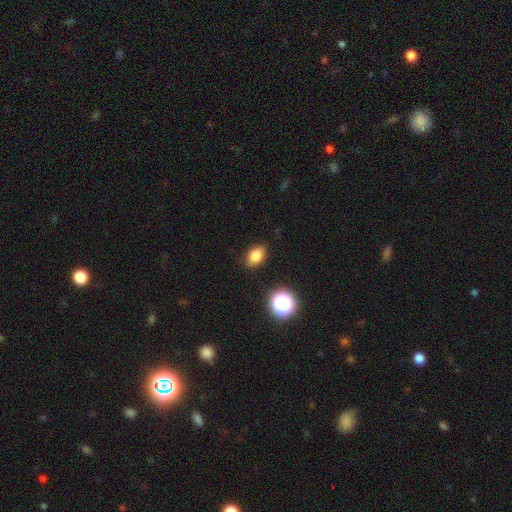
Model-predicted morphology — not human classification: smooth-or-featured: smooth: 82% | star or artifact: 12% | featured or disk: 7%
  how-rounded: in between: 82% | round: 16% | cigar-shaped: 2%
  merging: none: 87% | minor disturbance: 9% | major disturbance: 2% | merger: 1%